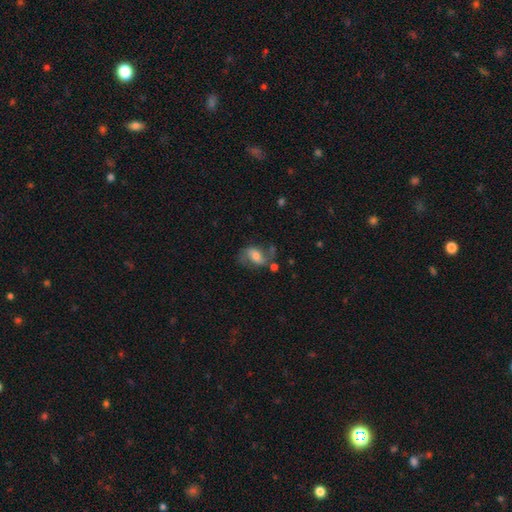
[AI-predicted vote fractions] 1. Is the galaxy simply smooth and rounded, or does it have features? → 54% featured or disk, 36% smooth, 10% star or artifact.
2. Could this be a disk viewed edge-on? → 96% no, 4% yes.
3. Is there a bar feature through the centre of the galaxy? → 43% weak, 35% no, 22% strong.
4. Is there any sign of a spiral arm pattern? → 83% yes, 17% no.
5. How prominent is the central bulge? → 47% moderate, 25% small, 18% large, 7% none, 3% dominant.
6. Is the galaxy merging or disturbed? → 48% none, 23% minor disturbance, 19% major disturbance, 9% merger.